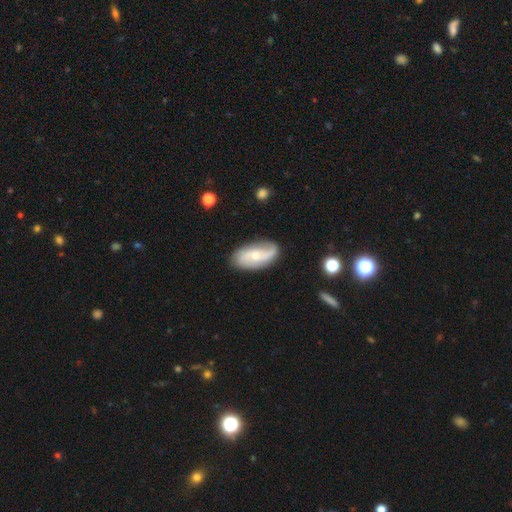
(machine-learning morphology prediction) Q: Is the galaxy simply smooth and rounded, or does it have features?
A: featured or disk — 66%.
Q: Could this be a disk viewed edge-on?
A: no — 93%.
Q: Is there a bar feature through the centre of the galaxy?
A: no — 65%.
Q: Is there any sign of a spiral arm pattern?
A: yes — 87%.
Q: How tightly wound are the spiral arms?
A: loose — 52%.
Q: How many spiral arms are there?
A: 2 — 72%.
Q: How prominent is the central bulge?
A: small — 61%.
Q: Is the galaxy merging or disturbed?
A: none — 72%.